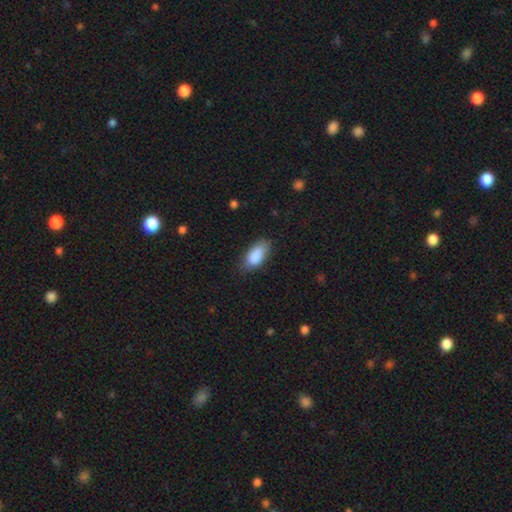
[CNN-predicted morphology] This is clearly a smooth galaxy (88%). How rounded: clearly in between (91%). Merging: likely none (75%).